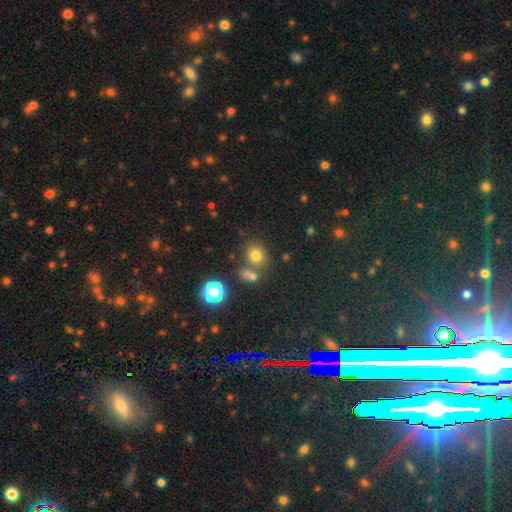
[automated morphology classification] type=smooth (73%); roundness=round (72%); merging=none (63%).